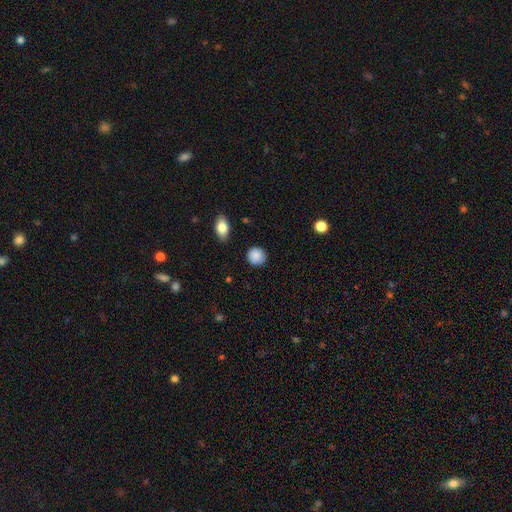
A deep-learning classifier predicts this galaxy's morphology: A smooth galaxy with no disk features (88%) that is round (89%).

Vote fractions:
- Smooth or featured? smooth: 88% / star or artifact: 8% / featured or disk: 4%
- How rounded? round: 89% / in between: 10% / cigar-shaped: 1%
- Merging? none: 88% / minor disturbance: 8% / major disturbance: 2% / merger: 2%